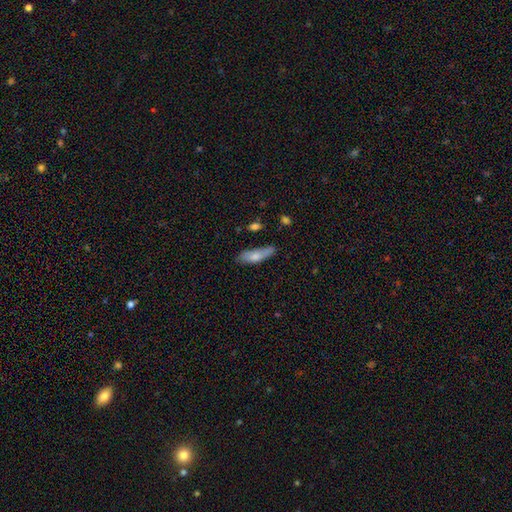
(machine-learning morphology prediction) type=smooth (74%); roundness=in between (49%, tied with cigar-shaped); merging=none (58%).